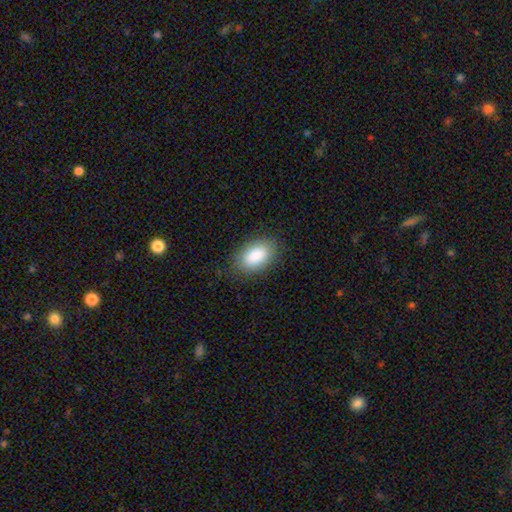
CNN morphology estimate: type=smooth (88%); roundness=in between (93%); merging=none (85%).